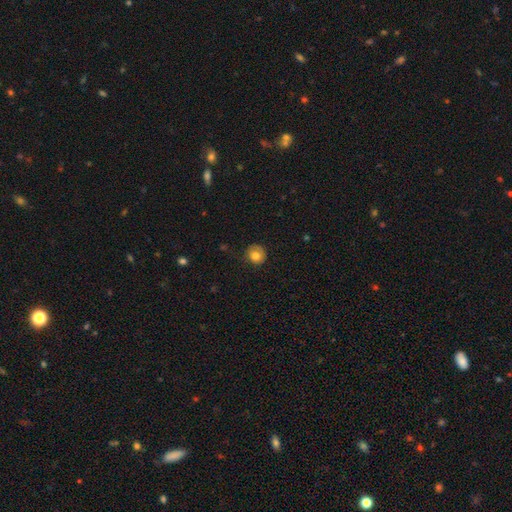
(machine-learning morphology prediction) smooth-or-featured: smooth: 78% | featured or disk: 14% | star or artifact: 9%
  how-rounded: round: 87% | in between: 12% | cigar-shaped: 1%
  merging: none: 75% | minor disturbance: 19% | major disturbance: 6% | merger: 1%